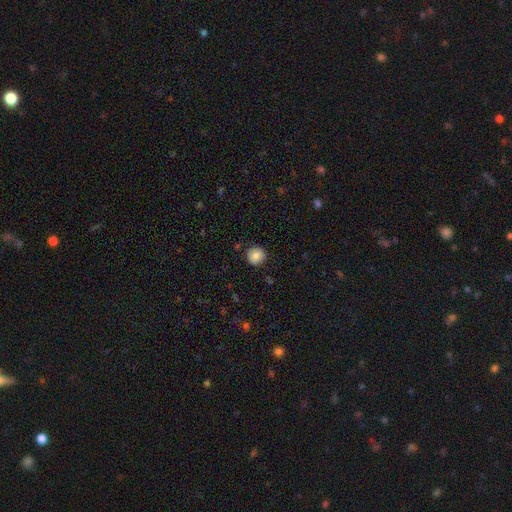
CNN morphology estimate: A smooth galaxy with no disk features (84%) that is round (94%).

Vote fractions:
- Smooth or featured? smooth: 84% / star or artifact: 9% / featured or disk: 7%
- How rounded? round: 94% / in between: 5% / cigar-shaped: 1%
- Merging? none: 88% / minor disturbance: 9% / major disturbance: 2% / merger: 1%